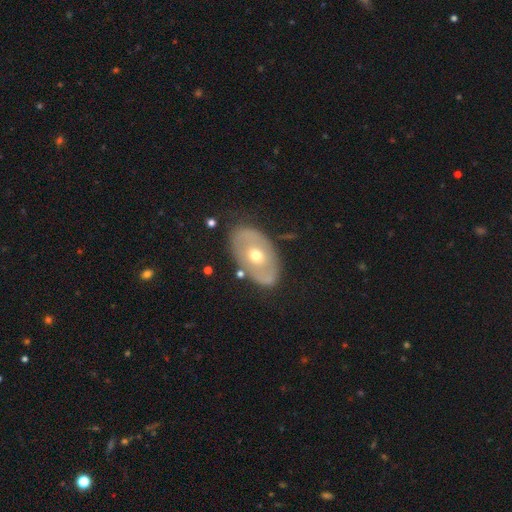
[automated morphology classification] Smooth or featured: featured or disk — 54% (smooth — 40%)
Edge-on disk: no — 89% (yes — 11%)
Merging: none — 81% (minor disturbance — 12%)